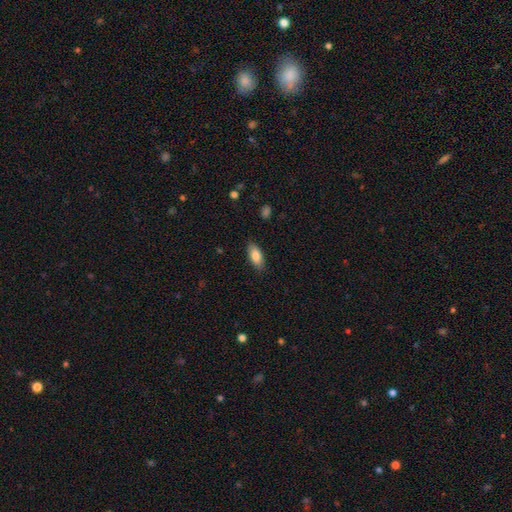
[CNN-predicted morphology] This is clearly a smooth galaxy (83%). How rounded: clearly in between (84%). Merging: clearly none (86%).